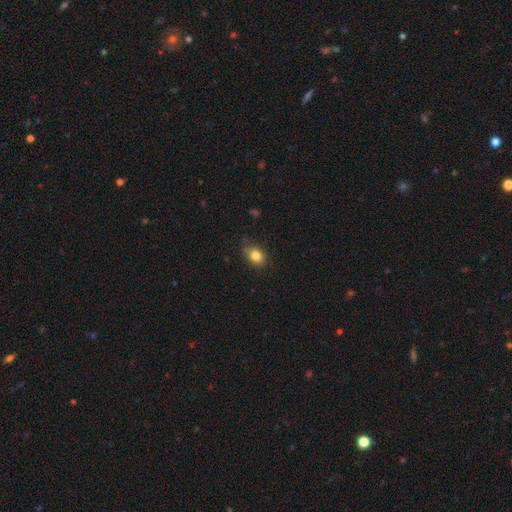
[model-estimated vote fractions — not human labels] smooth 82%, star or artifact 10%, featured or disk 7%. Down the decision tree: how rounded — round (52%); merging — none (73%).